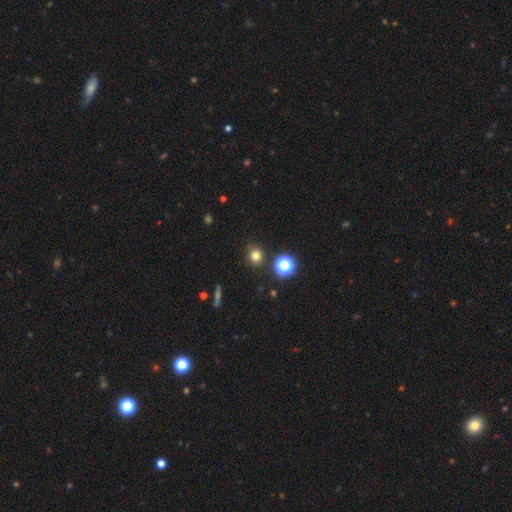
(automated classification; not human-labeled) Smooth or featured?
  - smooth: 77% *
  - star or artifact: 17%
  - featured or disk: 6%
How rounded?
  - round: 87% *
  - in between: 12%
  - cigar-shaped: 1%
Merging?
  - none: 87% *
  - minor disturbance: 7%
  - merger: 3%
  - major disturbance: 2%